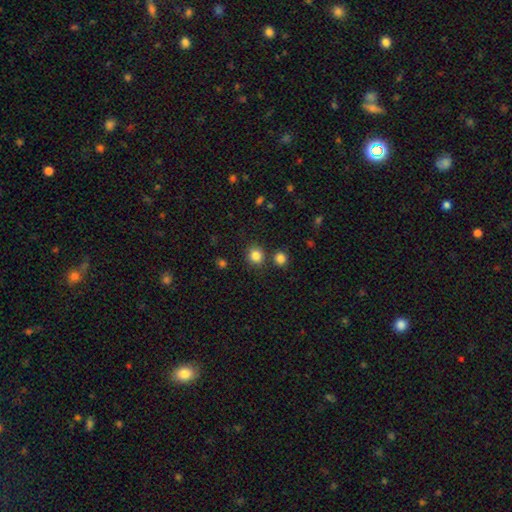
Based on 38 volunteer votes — Smooth or featured? smooth (100%)
How rounded? round (95%)
Merging? none (79%)